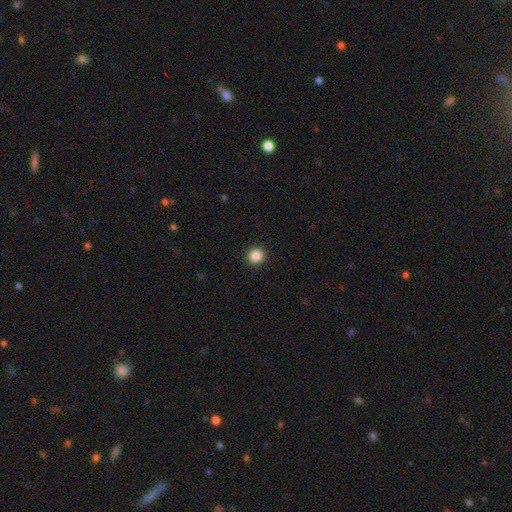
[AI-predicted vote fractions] Smooth or featured?
  - smooth: 87% *
  - star or artifact: 10%
  - featured or disk: 3%
How rounded?
  - round: 95% *
  - in between: 5%
  - cigar-shaped: 1%
Merging?
  - none: 94% *
  - minor disturbance: 4%
  - major disturbance: 2%
  - merger: 1%